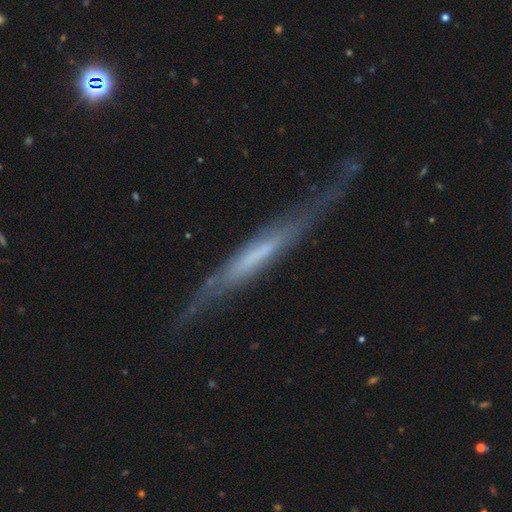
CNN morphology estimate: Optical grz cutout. It shows a featured or disk galaxy (69%) viewed edge-on (84%) with no central bulge (65%). Merging: none (64%).